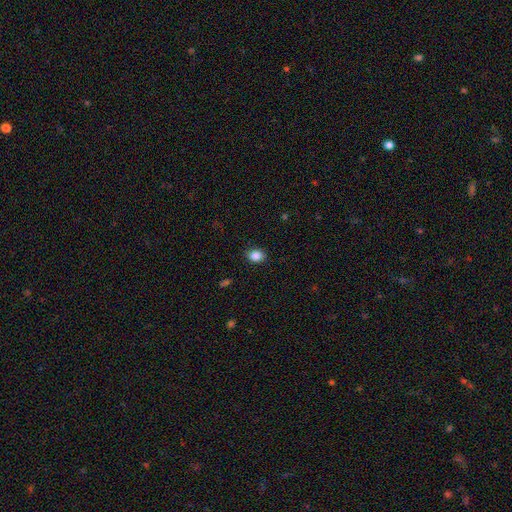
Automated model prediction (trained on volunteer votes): Morphology: type=smooth (86%); roundness=in between (57%); merging=none (88%).